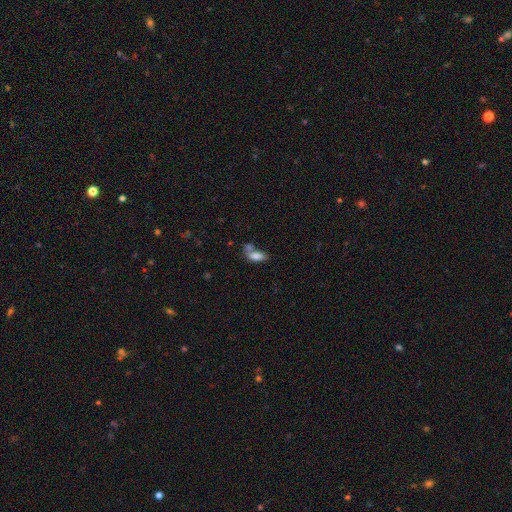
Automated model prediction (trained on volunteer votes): Smooth or featured?
  - smooth: 80% *
  - featured or disk: 11%
  - star or artifact: 9%
How rounded?
  - in between: 85% *
  - cigar-shaped: 11%
  - round: 3%
Merging?
  - merger: 42% *
  - none: 36%
  - minor disturbance: 15%
  - major disturbance: 7%